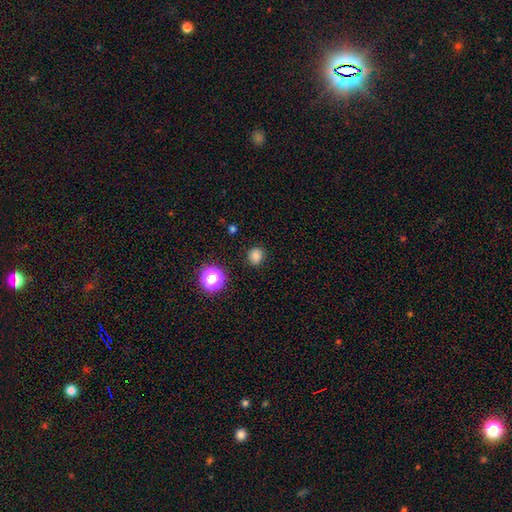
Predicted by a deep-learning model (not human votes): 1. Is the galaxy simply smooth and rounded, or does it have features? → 82% smooth, 15% star or artifact, 4% featured or disk.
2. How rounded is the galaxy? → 81% round, 18% in between, 1% cigar-shaped.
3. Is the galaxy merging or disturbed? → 88% none, 8% minor disturbance, 3% major disturbance, 1% merger.